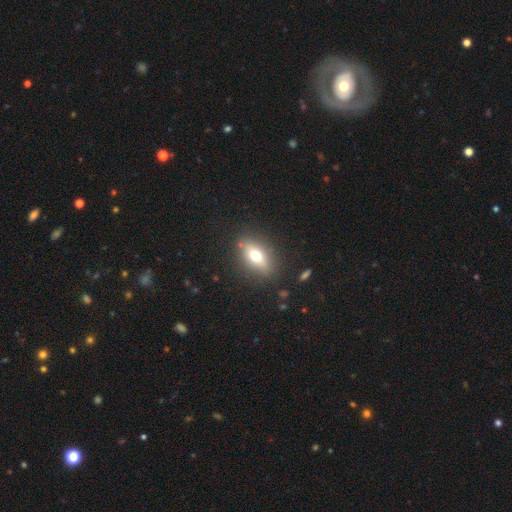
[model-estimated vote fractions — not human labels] This is likely a smooth galaxy (64%). How rounded: likely in between (76%). Merging: clearly none (83%).